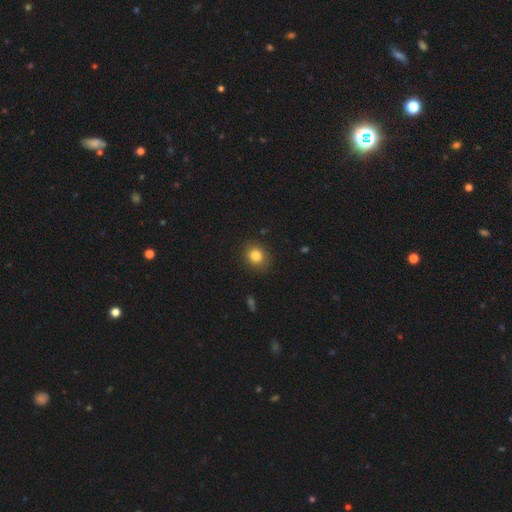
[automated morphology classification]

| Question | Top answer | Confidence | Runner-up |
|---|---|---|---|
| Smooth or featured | smooth | 83% | star or artifact (10%) |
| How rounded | round | 66% | in between (33%) |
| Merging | none | 87% | minor disturbance (10%) |